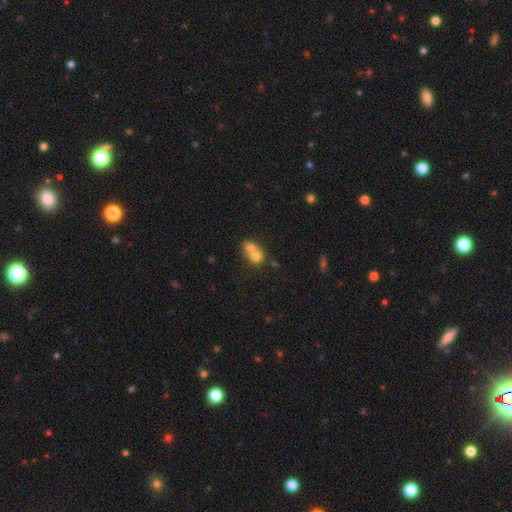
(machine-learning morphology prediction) This appears to be a smooth galaxy with no disk features (68%) that is round (66%). Merging: merger (71%).